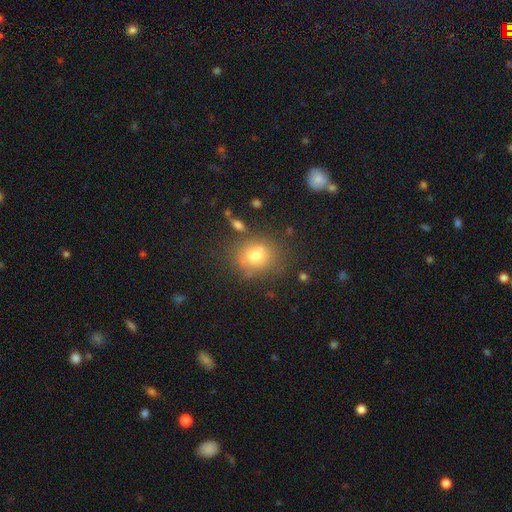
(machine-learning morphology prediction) type=smooth (74%); roundness=round (79%); merging=none (71%).